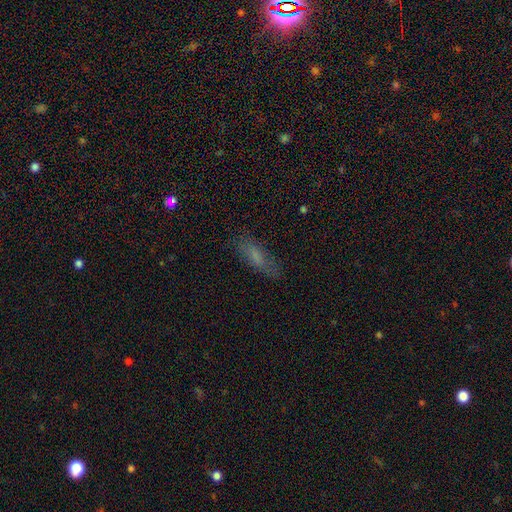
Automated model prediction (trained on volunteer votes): Overall: smooth (65%). How rounded: in between (50%; cigar-shaped 47%). Merging: none (75%).